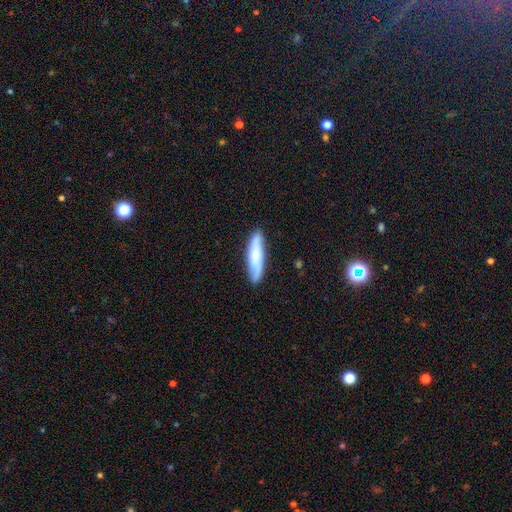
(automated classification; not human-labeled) A smooth galaxy with no disk features (68%) that is cigar-shaped (78%).

Vote fractions:
- Smooth or featured? smooth: 68% / featured or disk: 26% / star or artifact: 6%
- How rounded? cigar-shaped: 78% / in between: 20% / round: 2%
- Merging? none: 85% / minor disturbance: 11% / major disturbance: 2% / merger: 1%